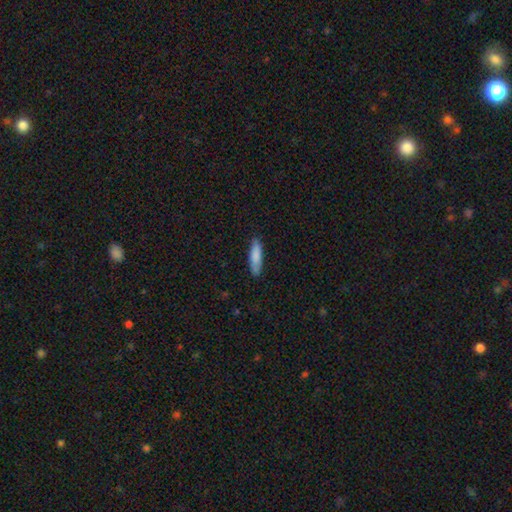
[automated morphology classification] Smooth or featured? smooth (85%)
How rounded? cigar-shaped (66%)
Merging? none (85%)